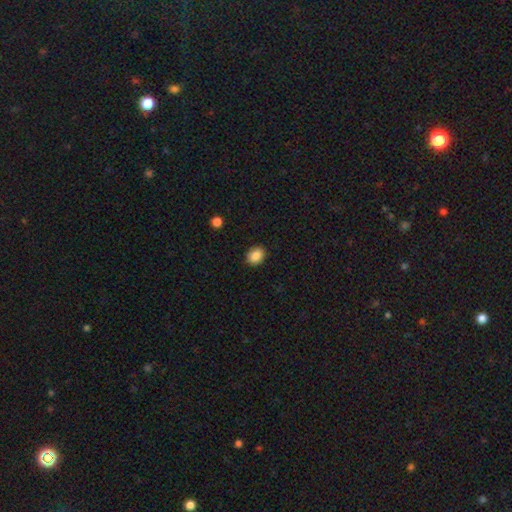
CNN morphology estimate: A smooth galaxy with no disk features (87%) that is in between round and cigar-shaped (54%).

Vote fractions:
- Smooth or featured? smooth: 87% / star or artifact: 9% / featured or disk: 4%
- How rounded? in between: 54% / round: 46% / cigar-shaped: 1%
- Merging? none: 91% / minor disturbance: 7% / major disturbance: 2% / merger: 1%